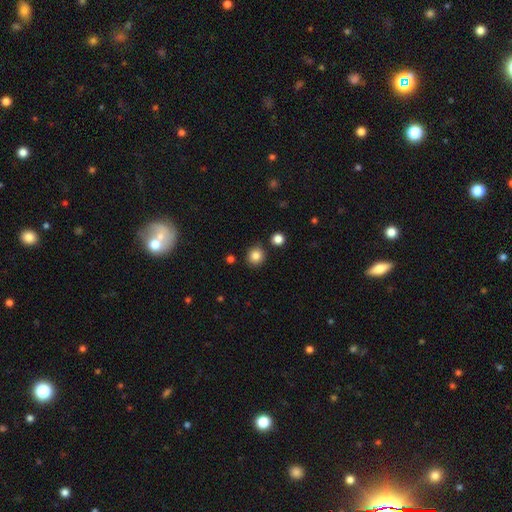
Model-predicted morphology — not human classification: A smooth galaxy with no disk features (84%) that is round (87%).

Vote fractions:
- Smooth or featured? smooth: 84% / star or artifact: 11% / featured or disk: 5%
- How rounded? round: 87% / in between: 12% / cigar-shaped: 1%
- Merging? none: 86% / minor disturbance: 8% / merger: 4% / major disturbance: 2%